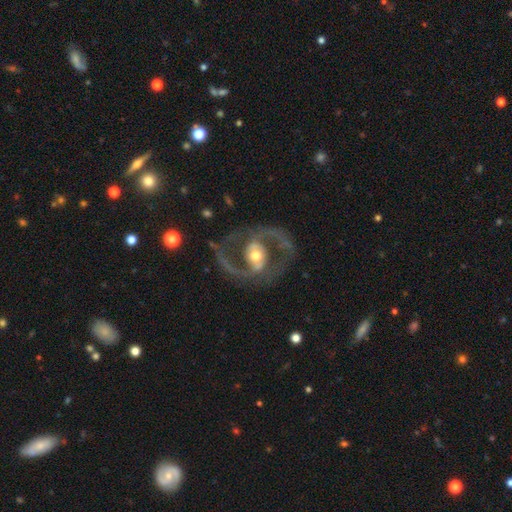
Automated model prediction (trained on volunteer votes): Smooth or featured? featured or disk (89%)
Edge-on disk? no (97%)
Bar? no (40%)
Spiral arms? yes (90%)
Spiral winding? medium (58%)
Spiral arm count? 2 (92%)
Bulge size? moderate (71%)
Merging? none (75%)